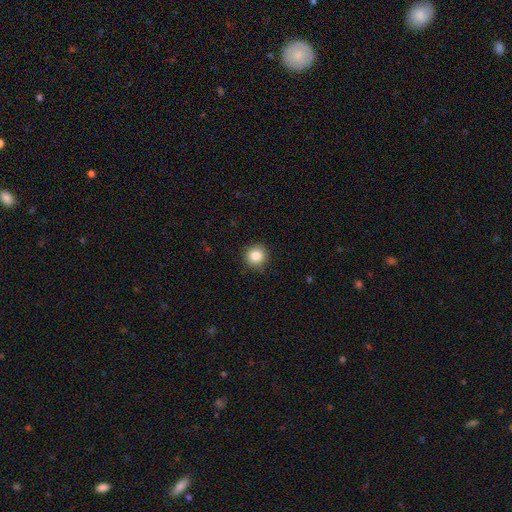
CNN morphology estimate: The model was most divided on "smooth or featured": smooth: 85%, star or artifact: 10%, featured or disk: 5%. More confident: how rounded — round (92%); merging — none (88%).